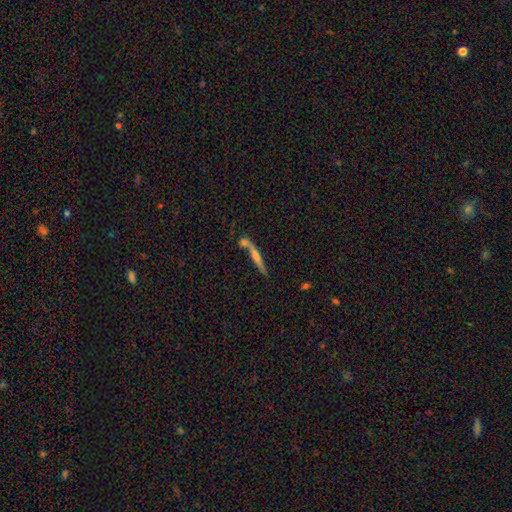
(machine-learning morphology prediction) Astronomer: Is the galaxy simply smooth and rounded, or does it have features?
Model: featured or disk — 54% (runner-up: smooth, 34%).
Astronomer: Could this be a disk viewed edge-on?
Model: yes — 92%.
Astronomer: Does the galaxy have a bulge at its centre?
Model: rounded — 53% (runner-up: none, 35%).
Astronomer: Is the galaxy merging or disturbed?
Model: none — 65%.